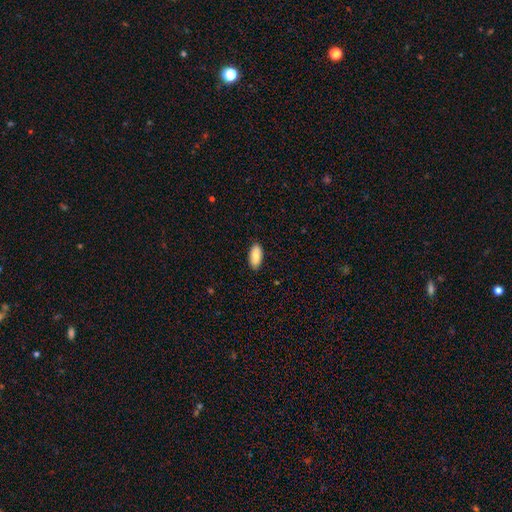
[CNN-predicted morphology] smooth_or_featured: smooth (p=0.85) [alt: featured or disk p=0.09]
how_rounded: in between (p=0.91) [alt: cigar-shaped p=0.07]
merging: none (p=0.88) [alt: minor disturbance p=0.09]